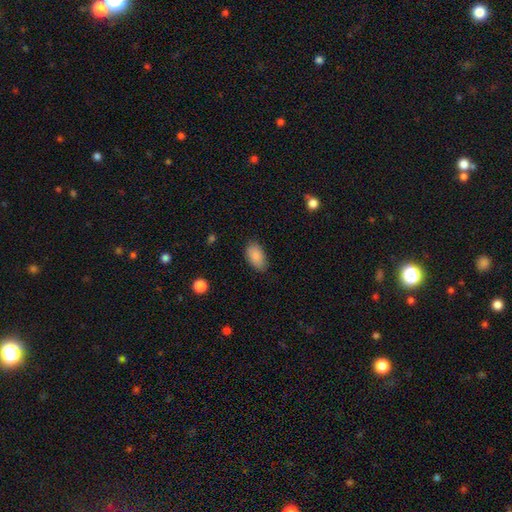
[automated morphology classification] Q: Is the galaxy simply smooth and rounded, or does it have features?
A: smooth — 86%.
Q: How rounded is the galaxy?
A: in between — 92%.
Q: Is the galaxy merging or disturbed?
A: none — 80%.